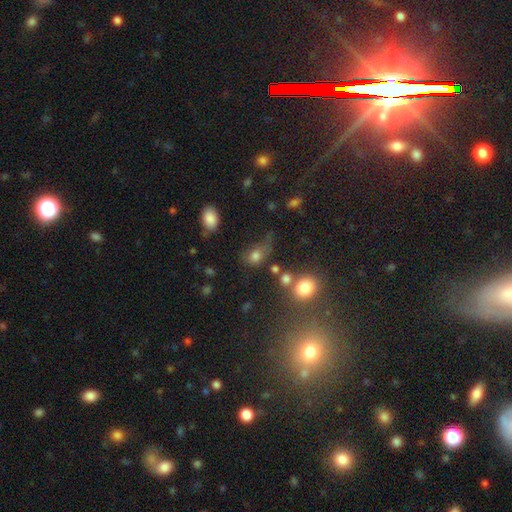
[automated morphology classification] Smooth or featured? smooth (75%)
How rounded? in between (61%)
Merging? none (37%)